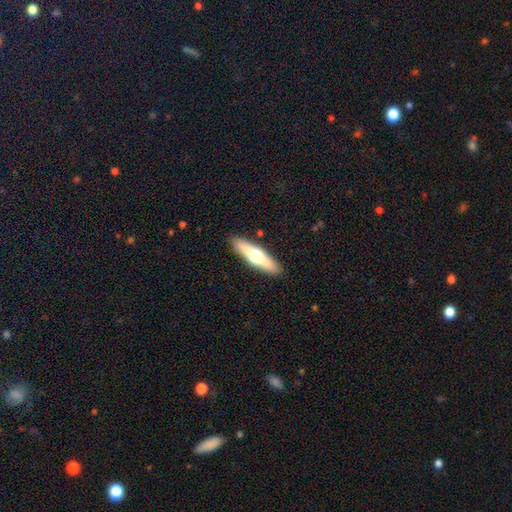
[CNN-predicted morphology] Smooth or featured: smooth — 48% (featured or disk — 46%)
Merging: none — 89% (minor disturbance — 8%)